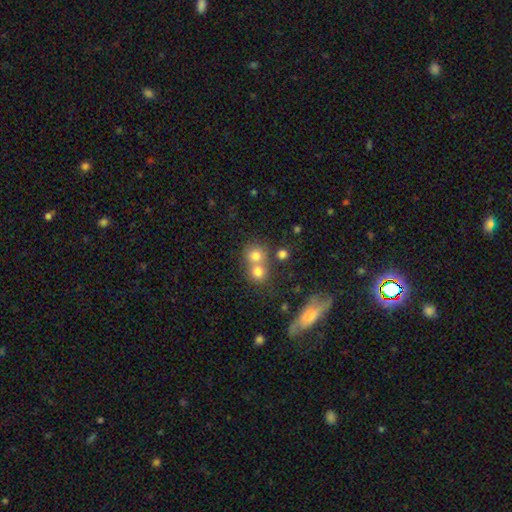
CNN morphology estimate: smooth-or-featured: smooth: 75% | star or artifact: 13% | featured or disk: 12%
  how-rounded: round: 84% | in between: 15% | cigar-shaped: 1%
  merging: merger: 47% | none: 43% | minor disturbance: 6% | major disturbance: 3%